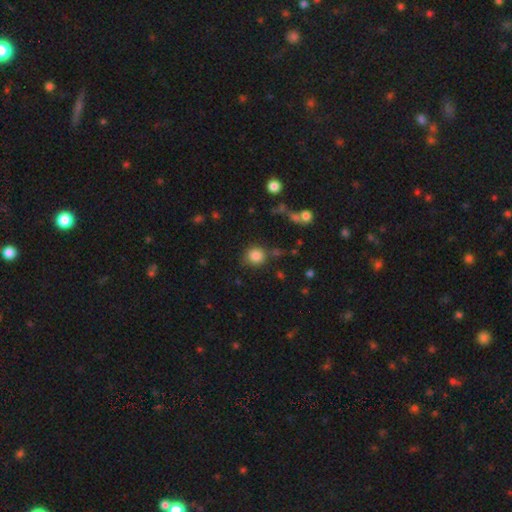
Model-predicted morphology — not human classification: Smooth or featured? smooth (84%)
How rounded? round (90%)
Merging? none (80%)